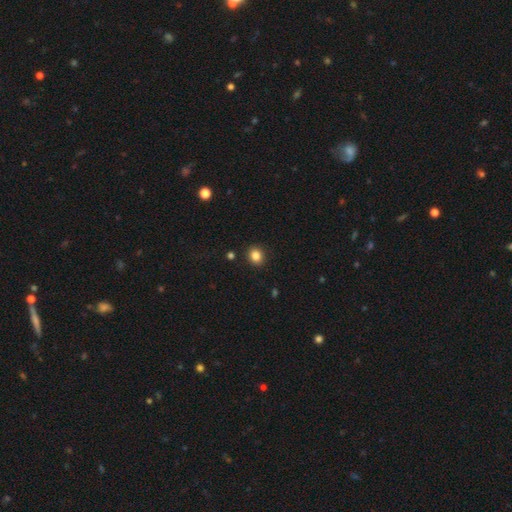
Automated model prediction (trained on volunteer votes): Morphology: type=smooth (84%); roundness=round (76%); merging=none (90%).